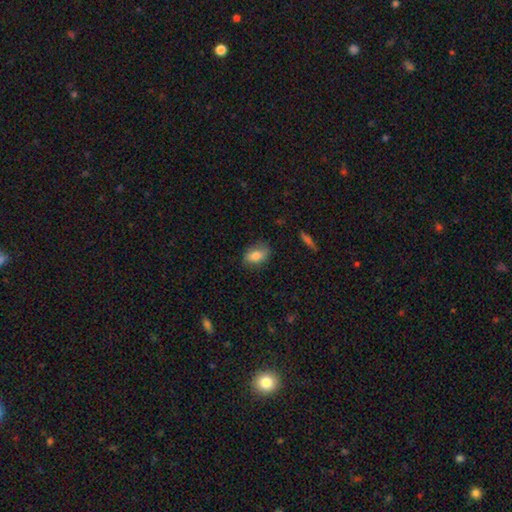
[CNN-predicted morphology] smooth-or-featured: smooth: 79% | featured or disk: 13% | star or artifact: 8%
  how-rounded: in between: 81% | round: 16% | cigar-shaped: 3%
  merging: none: 74% | minor disturbance: 20% | major disturbance: 4% | merger: 1%